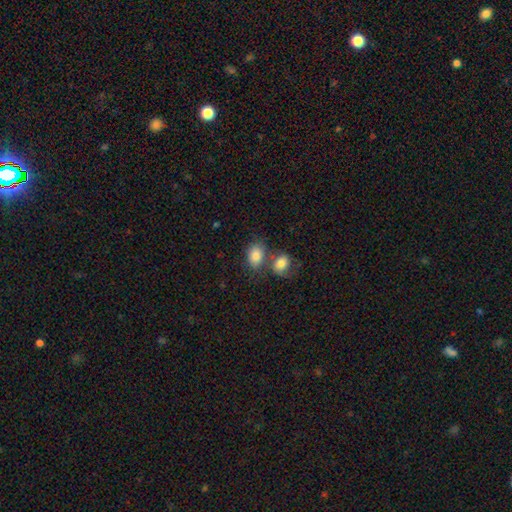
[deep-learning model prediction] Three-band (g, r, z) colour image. It shows a smooth galaxy with no disk features (82%) that is in between round and cigar-shaped (76%). Merging: none (42%).